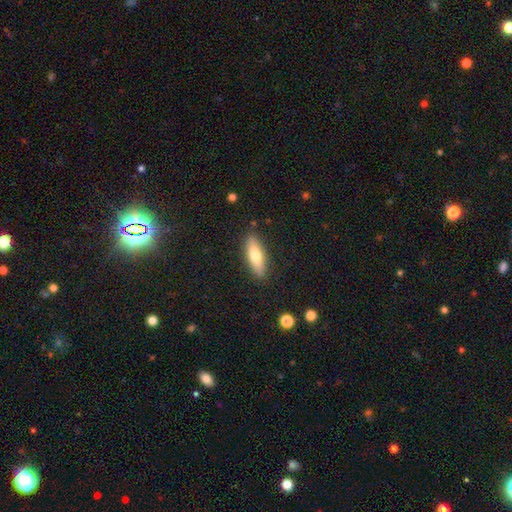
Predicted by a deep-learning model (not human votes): This appears to be a smooth galaxy with no disk features (71%) that is in between round and cigar-shaped (51%). Merging: none (87%).